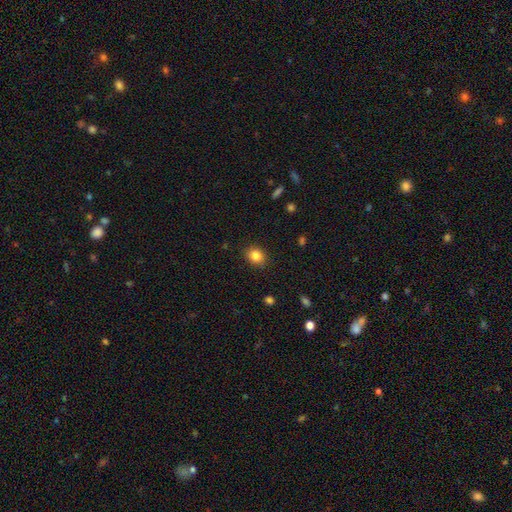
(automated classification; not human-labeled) A smooth galaxy with no disk features (84%) that is round (56%).

Vote fractions:
- Smooth or featured? smooth: 84% / star or artifact: 10% / featured or disk: 6%
- How rounded? round: 56% / in between: 43% / cigar-shaped: 1%
- Merging? none: 88% / minor disturbance: 9% / major disturbance: 2% / merger: 1%